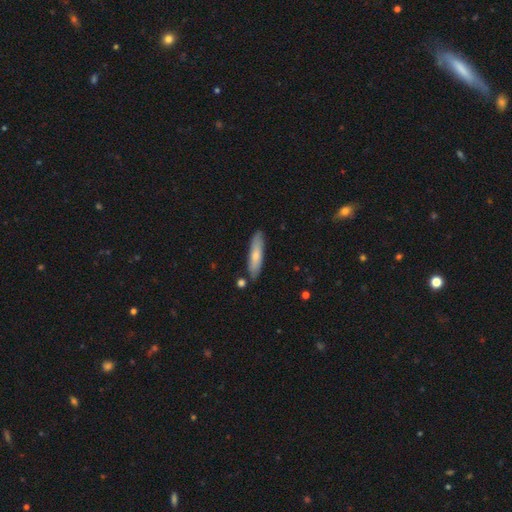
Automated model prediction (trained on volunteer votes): Smooth or featured? smooth (69%)
How rounded? cigar-shaped (78%)
Merging? none (83%)